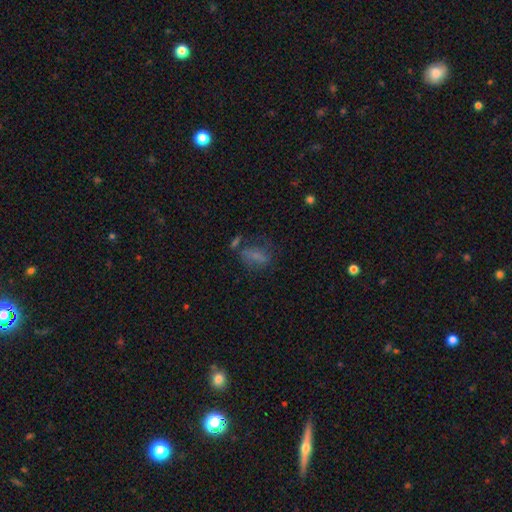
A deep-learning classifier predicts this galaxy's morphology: smooth_or_featured: smooth (p=0.61) [alt: featured or disk p=0.20]
how_rounded: in between (p=0.70) [alt: cigar-shaped p=0.18]
merging: none (p=0.45) [alt: minor disturbance p=0.22]